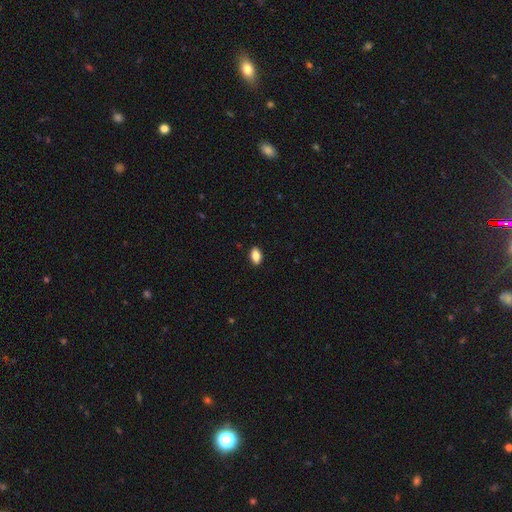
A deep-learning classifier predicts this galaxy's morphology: Smooth or featured? Predicted: smooth (p=0.87). How rounded? Predicted: in between (p=0.90). Merging? Predicted: none (p=0.90).